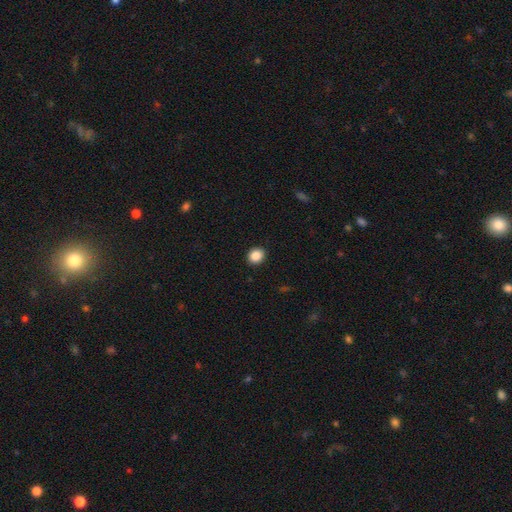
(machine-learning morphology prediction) smooth-or-featured: smooth: 88% | star or artifact: 9% | featured or disk: 3%
  how-rounded: round: 70% | in between: 29% | cigar-shaped: 1%
  merging: none: 91% | minor disturbance: 6% | major disturbance: 2% | merger: 1%